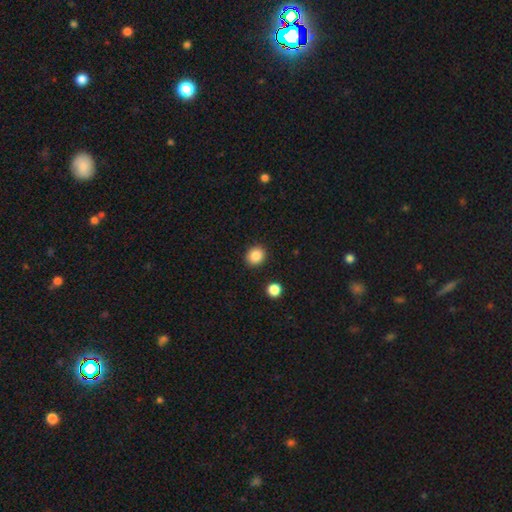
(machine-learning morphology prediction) Q: Smooth or featured?
A: smooth (87%); runner-up: star or artifact (9%)
Q: How rounded?
A: round (78%); runner-up: in between (22%)
Q: Merging?
A: none (90%); runner-up: minor disturbance (6%)